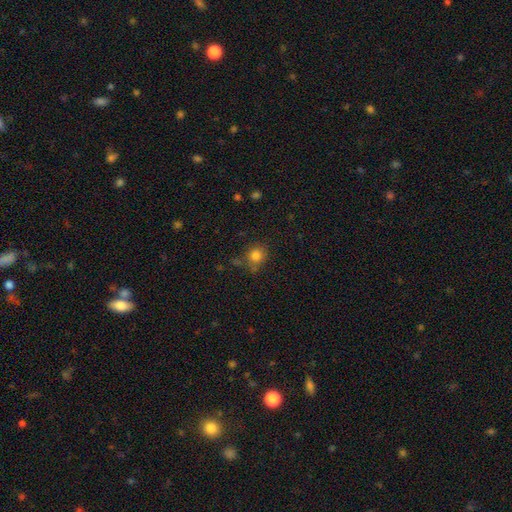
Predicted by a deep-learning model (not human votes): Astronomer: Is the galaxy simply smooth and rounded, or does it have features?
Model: smooth — 81%.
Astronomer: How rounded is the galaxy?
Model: round — 79%.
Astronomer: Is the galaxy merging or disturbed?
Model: none — 69%.